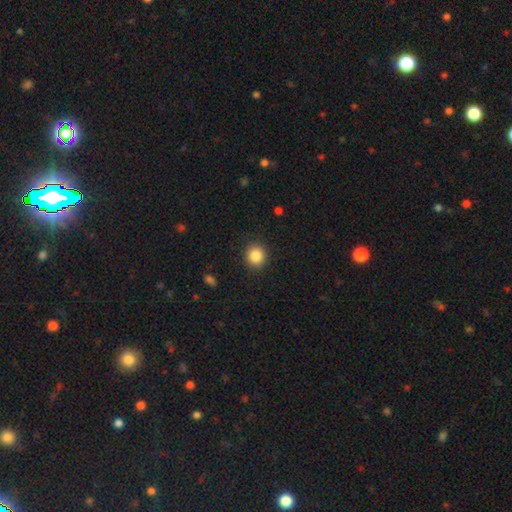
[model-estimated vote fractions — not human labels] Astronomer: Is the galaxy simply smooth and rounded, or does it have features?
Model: smooth — 86%.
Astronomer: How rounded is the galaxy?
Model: round — 85%.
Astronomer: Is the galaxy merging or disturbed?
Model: none — 90%.